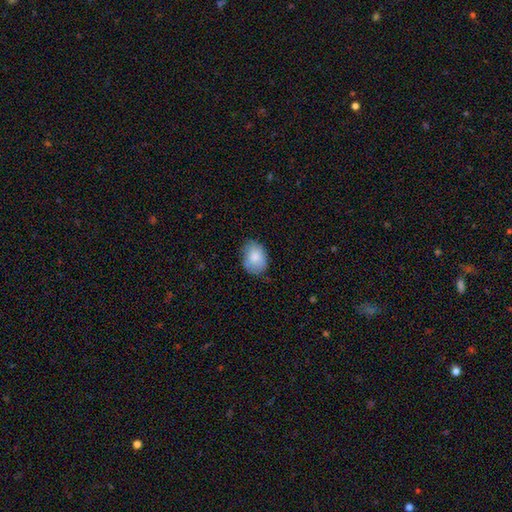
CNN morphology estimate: Smooth or featured? smooth (82%)
How rounded? in between (72%)
Merging? none (71%)